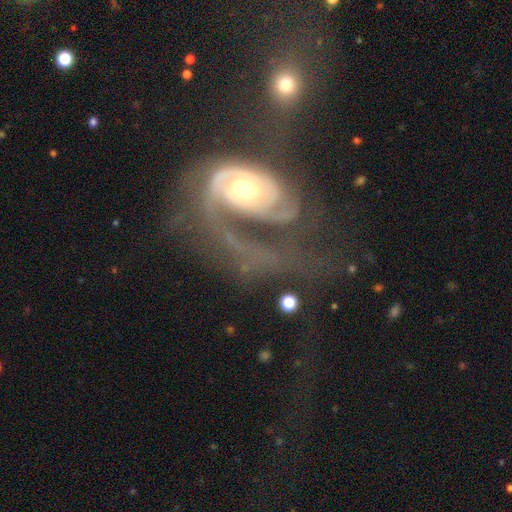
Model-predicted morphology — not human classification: Smooth or featured: featured or disk — 87% (smooth — 7%)
Edge-on disk: no — 97% (yes — 3%)
Bar: no — 66% (weak — 24%)
Spiral arms: yes — 93% (no — 7%)
Spiral winding: tight — 39% (medium — 38%)
Spiral arm count: 1 — 40% (2 — 35%)
Bulge size: moderate — 58% (small — 32%)
Merging: major disturbance — 50% (none — 24%)